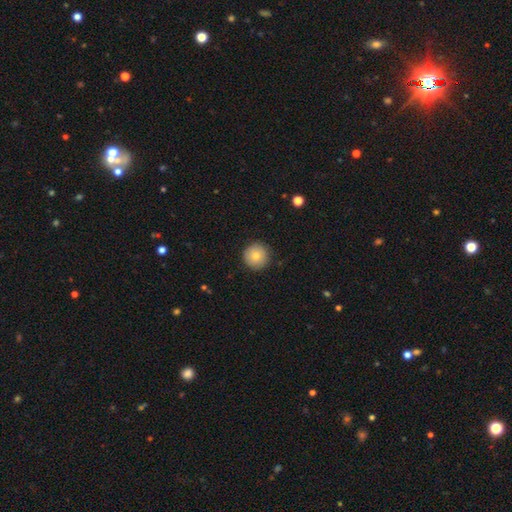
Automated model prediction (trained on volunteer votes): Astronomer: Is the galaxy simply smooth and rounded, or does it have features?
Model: smooth — 79%.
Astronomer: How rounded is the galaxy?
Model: round — 96%.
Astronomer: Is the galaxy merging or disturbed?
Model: none — 90%.